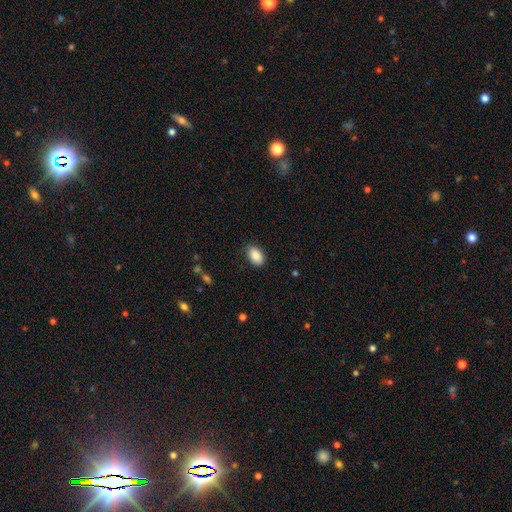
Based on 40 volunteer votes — Overall: smooth (90%). How rounded: in between (94%). Merging: none (86%).